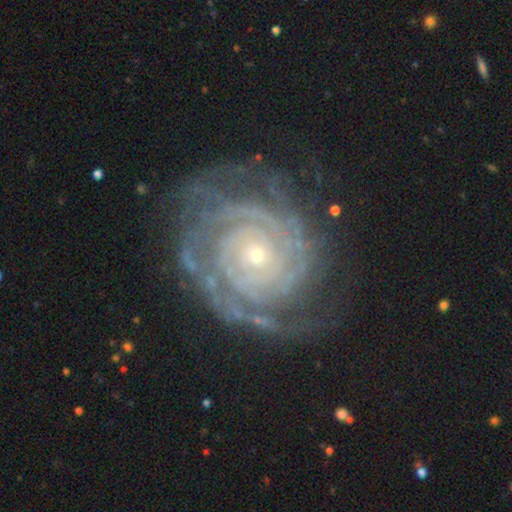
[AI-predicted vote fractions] The model was most divided on "spiral arm count" (2-way tie): can't tell: 25%, 2: 25%, 3: 17%, 4: 14%, more than 4: 12%, 1: 7%. More confident: spiral arms — yes (97%); edge-on disk — no (97%); smooth or featured — featured or disk (89%); spiral winding — tight (84%); bar — no (80%); bulge size — small (77%); merging — none (72%).